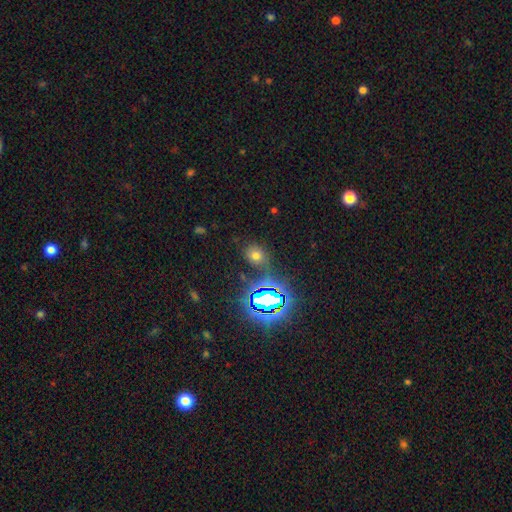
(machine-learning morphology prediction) Overall: smooth (58%; star or artifact 33%). How rounded: round (54%; in between 44%). Merging: none (79%).